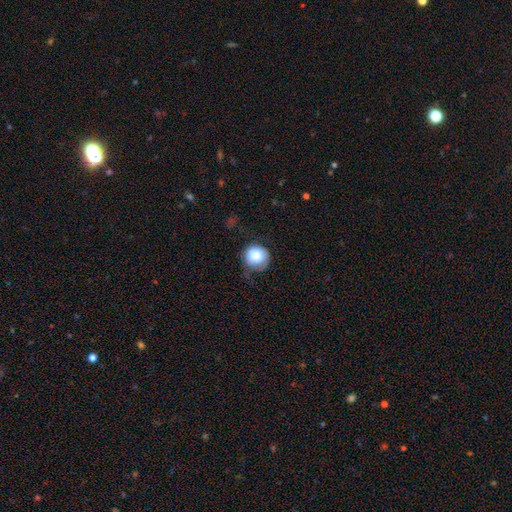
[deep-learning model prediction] This appears to be a smooth galaxy with no disk features (82%) that is round (89%). Merging: none (50%).